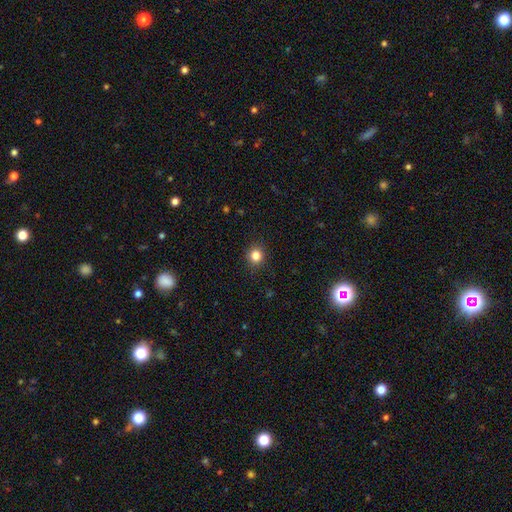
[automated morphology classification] Smooth or featured: smooth — 83% (star or artifact — 12%)
How rounded: round — 88% (in between — 11%)
Merging: none — 90% (minor disturbance — 6%)